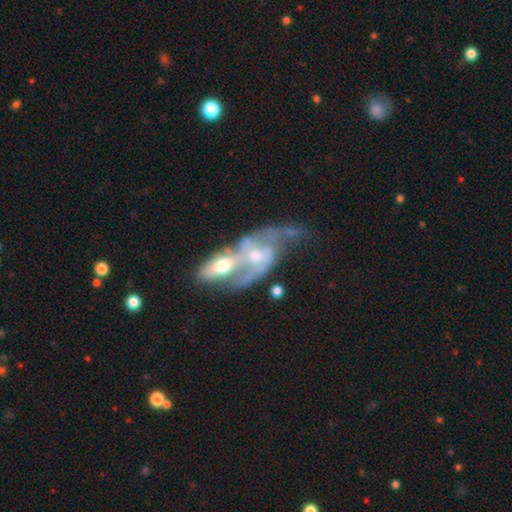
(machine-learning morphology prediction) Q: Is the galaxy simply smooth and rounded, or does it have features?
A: featured or disk — 65%.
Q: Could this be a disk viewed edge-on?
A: no — 92%.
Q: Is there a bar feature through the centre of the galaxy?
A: no — 71%.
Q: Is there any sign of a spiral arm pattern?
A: yes — 55%.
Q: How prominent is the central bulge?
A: moderate — 56%.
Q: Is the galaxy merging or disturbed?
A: merger — 67%.